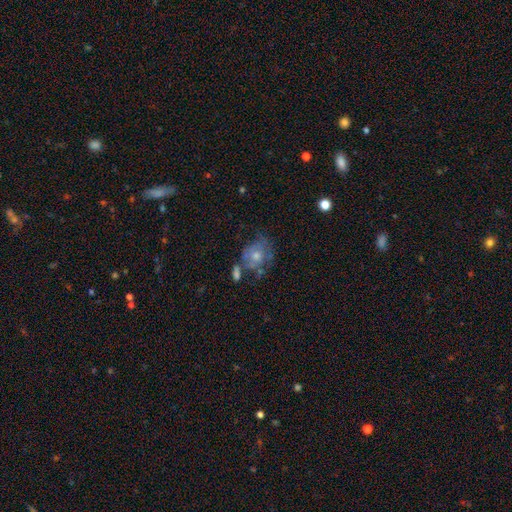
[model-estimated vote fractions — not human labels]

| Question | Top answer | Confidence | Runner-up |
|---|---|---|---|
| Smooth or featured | featured or disk | 51% | smooth (34%) |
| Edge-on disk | no | 95% | yes (5%) |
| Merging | none | 46% | minor disturbance (22%) |